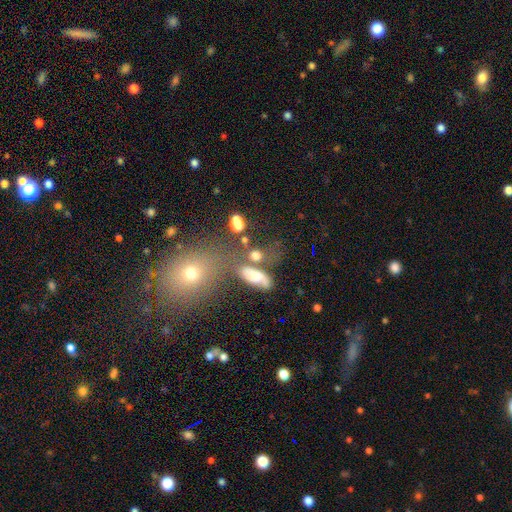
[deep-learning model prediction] This appears to be a smooth galaxy with no disk features (65%) that is in between round and cigar-shaped (55%). Merging: none (41%).